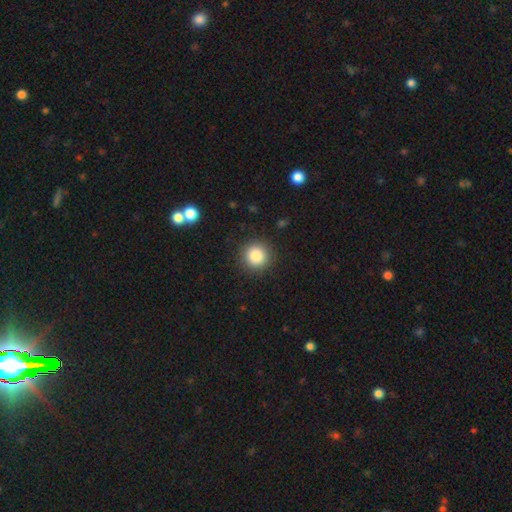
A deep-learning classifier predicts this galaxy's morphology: Smooth or featured? smooth (85%)
How rounded? round (95%)
Merging? none (90%)